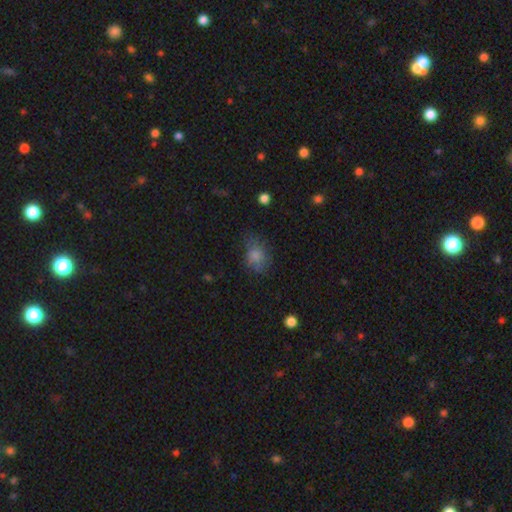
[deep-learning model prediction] smooth_or_featured: smooth (p=0.75) [alt: featured or disk p=0.13]
how_rounded: in between (p=0.64) [alt: round p=0.35]
merging: none (p=0.54) [alt: minor disturbance p=0.29]